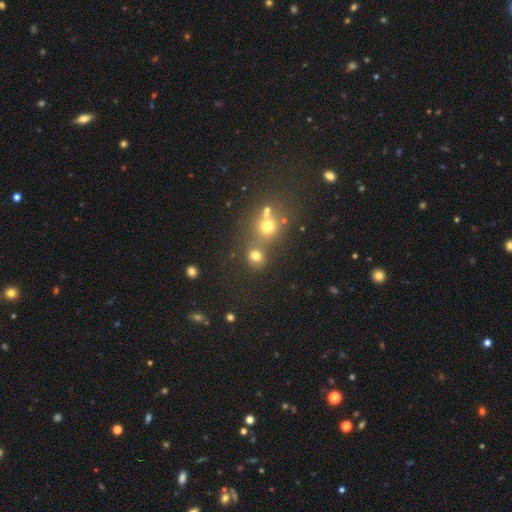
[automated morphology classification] Q: Smooth or featured?
A: smooth (73%); runner-up: star or artifact (19%)
Q: How rounded?
A: round (81%); runner-up: in between (18%)
Q: Merging?
A: none (60%); runner-up: merger (27%)